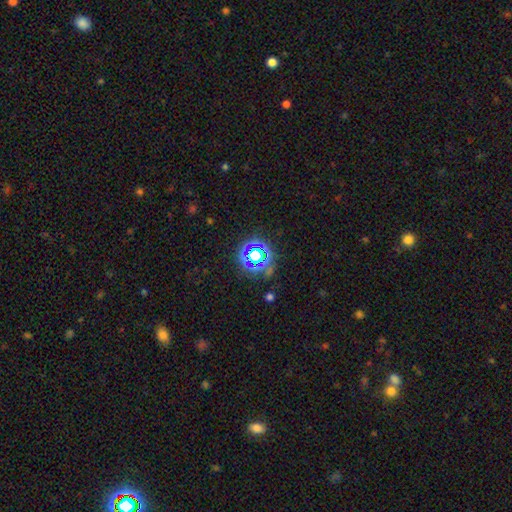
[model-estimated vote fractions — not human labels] This appears to be a star or artifact, not a galaxy (63%).